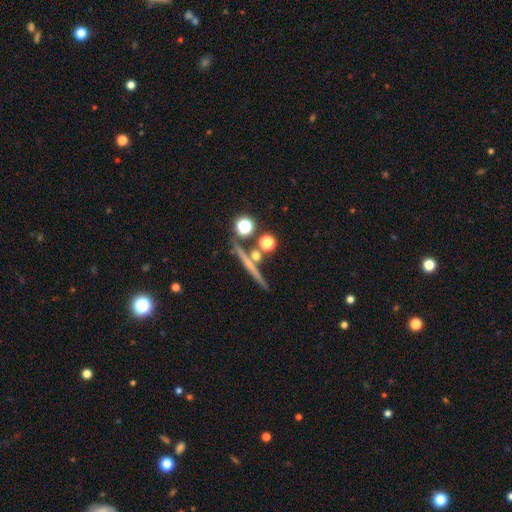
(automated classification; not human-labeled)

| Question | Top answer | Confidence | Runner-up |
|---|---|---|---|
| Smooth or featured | featured or disk | 45% | smooth (40%) |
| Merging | none | 74% | merger (14%) |